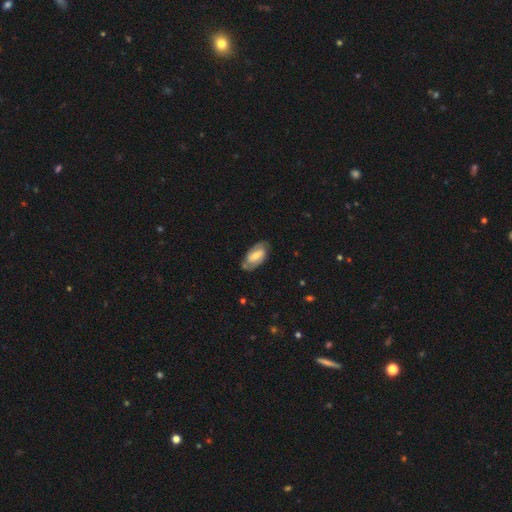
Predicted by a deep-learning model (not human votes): A featured or disk galaxy (58%) with a weak bar (44%), spiral arms (79%) and a moderate central bulge (44%).

Vote fractions:
- Smooth or featured? featured or disk: 58% / smooth: 35% / star or artifact: 6%
- Edge-on disk? no: 93% / yes: 7%
- Bar? weak: 44% / strong: 32% / no: 24%
- Spiral arms? yes: 79% / no: 21%
- Bulge size? moderate: 44% / small: 41% / large: 8% / none: 6% / dominant: 1%
- Merging? none: 75% / minor disturbance: 18% / major disturbance: 5% / merger: 2%